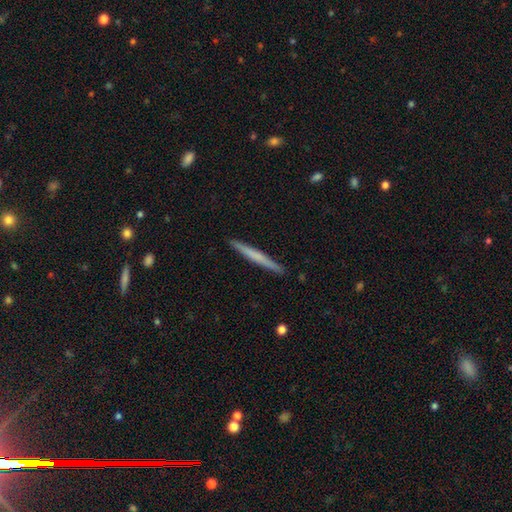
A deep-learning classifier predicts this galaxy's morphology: This is possibly a smooth galaxy (56%). How rounded: clearly cigar-shaped (97%). Merging: clearly none (92%).